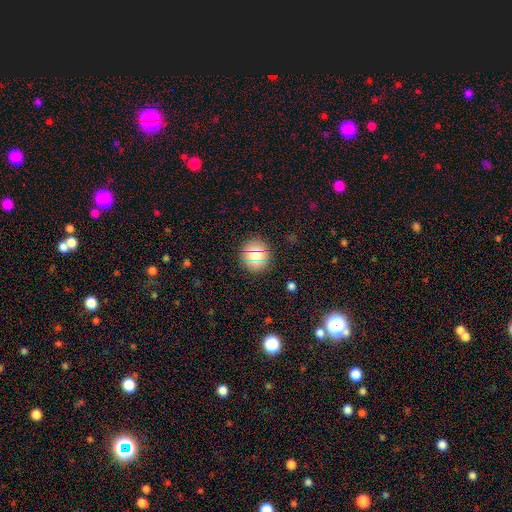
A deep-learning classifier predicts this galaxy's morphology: A smooth galaxy with no disk features (73%) that is round (90%). Merging: none (89%).